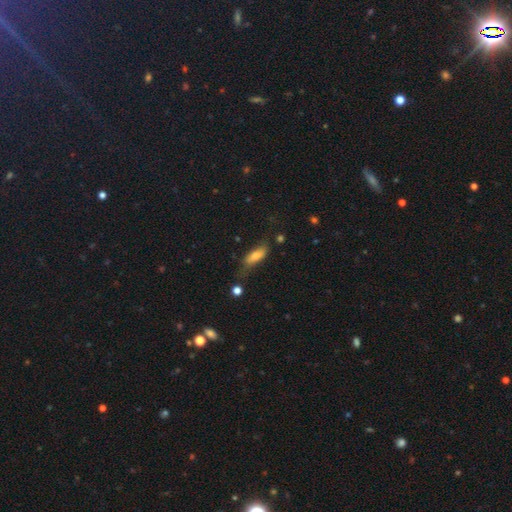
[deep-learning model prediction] smooth_or_featured: smooth (p=0.74) [alt: featured or disk p=0.18]
how_rounded: in between (p=0.68) [alt: cigar-shaped p=0.29]
merging: none (p=0.55) [alt: minor disturbance p=0.28]